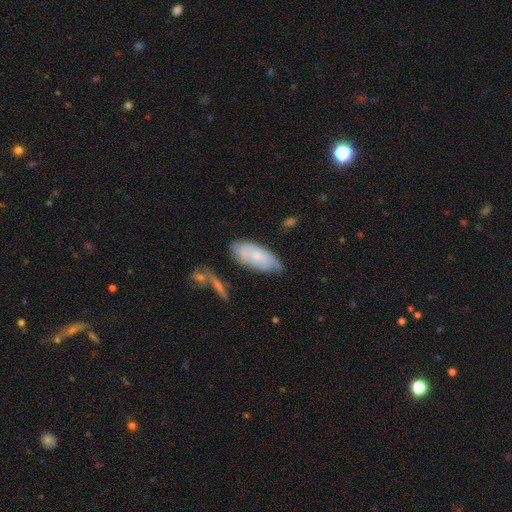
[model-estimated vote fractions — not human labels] This is possibly a smooth galaxy (54%). How rounded: clearly in between (85%). Merging: likely none (63%).